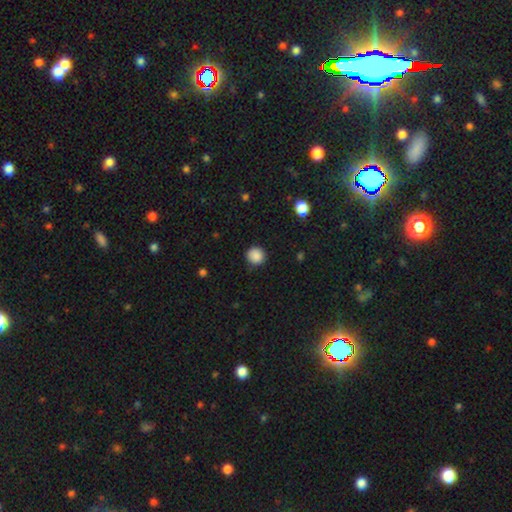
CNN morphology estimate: smooth_or_featured: smooth (p=0.87) [alt: star or artifact p=0.10]
how_rounded: round (p=0.93) [alt: in between p=0.06]
merging: none (p=0.88) [alt: minor disturbance p=0.08]